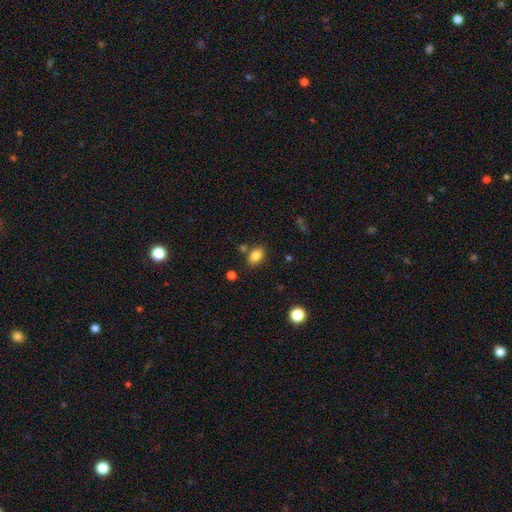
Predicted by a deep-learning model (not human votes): Q: Smooth or featured?
A: smooth (84%); runner-up: star or artifact (10%)
Q: How rounded?
A: in between (81%); runner-up: round (18%)
Q: Merging?
A: none (78%); runner-up: minor disturbance (12%)